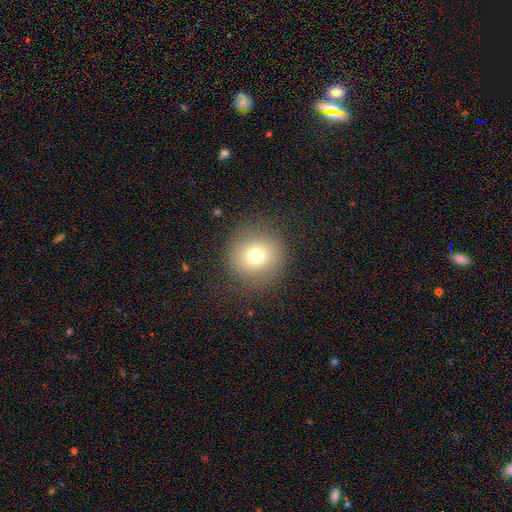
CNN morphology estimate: Overall: smooth (74%). How rounded: round (93%). Merging: none (86%).